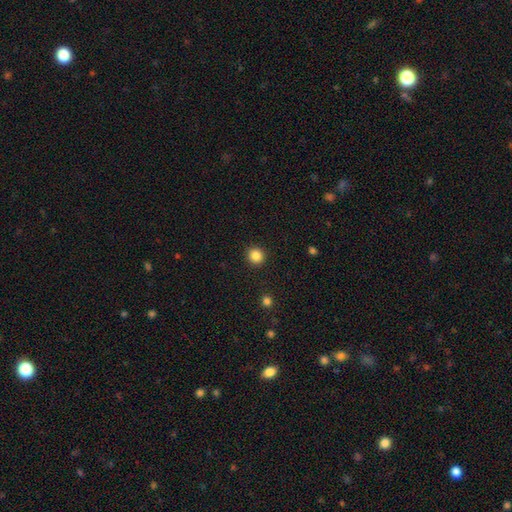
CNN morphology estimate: Smooth or featured? Predicted: smooth (p=0.86). How rounded? Predicted: round (p=0.92). Merging? Predicted: none (p=0.92).